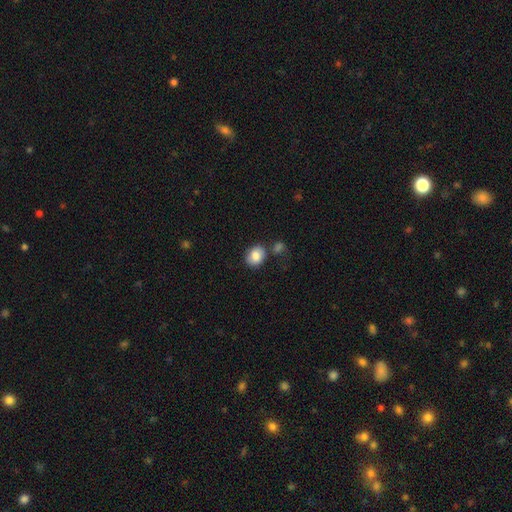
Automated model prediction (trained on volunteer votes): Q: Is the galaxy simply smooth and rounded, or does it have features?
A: smooth — 84%.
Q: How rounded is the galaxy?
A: round — 56%.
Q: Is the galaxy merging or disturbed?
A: none — 67%.